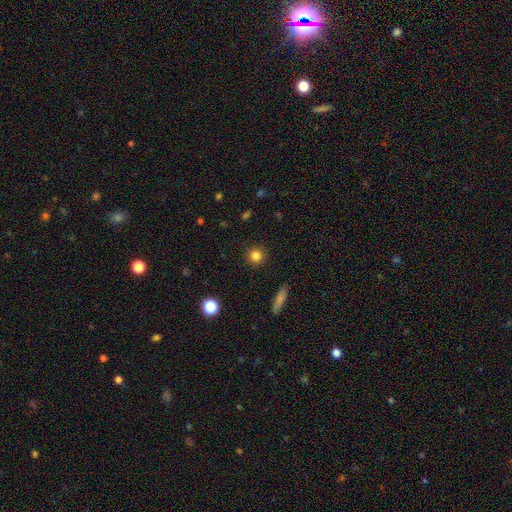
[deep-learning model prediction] Smooth or featured? smooth (82%)
How rounded? round (93%)
Merging? none (91%)